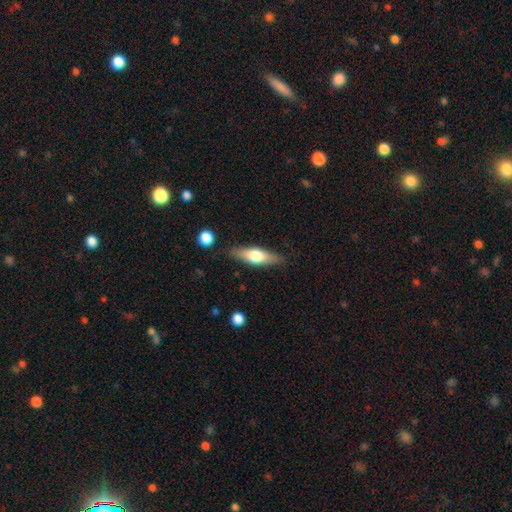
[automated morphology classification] Smooth or featured? smooth (53%)
How rounded? cigar-shaped (50%)
Merging? none (84%)